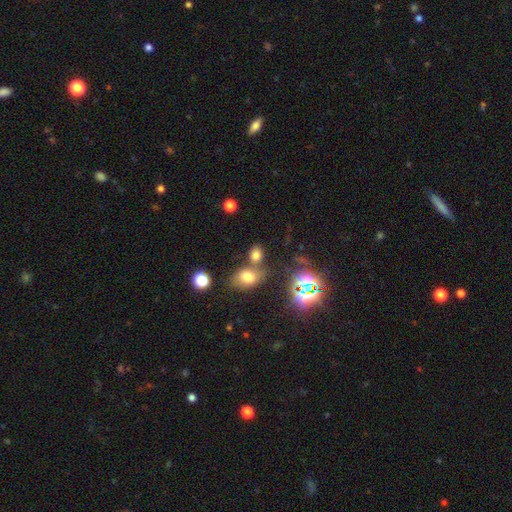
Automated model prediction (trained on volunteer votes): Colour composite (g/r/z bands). It shows a smooth galaxy with no disk features (68%) that is in between round and cigar-shaped (67%). Merging: none (59%).